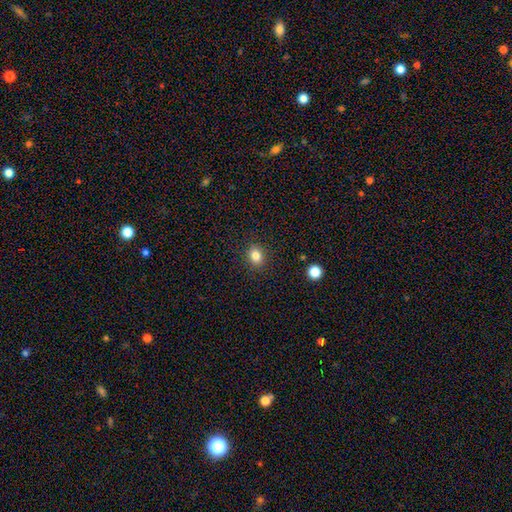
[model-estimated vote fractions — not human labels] A smooth galaxy with no disk features (83%) that is round (57%). Merging: none (90%).